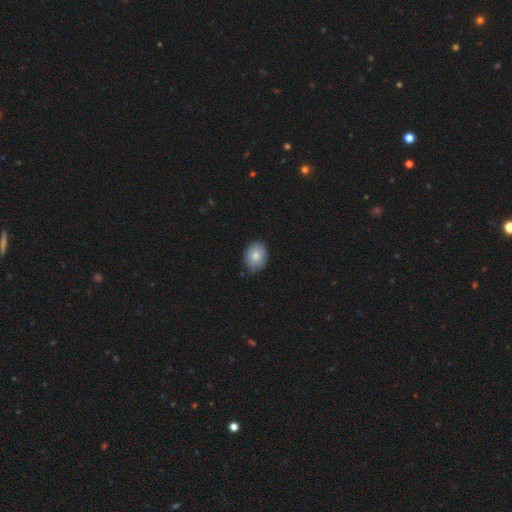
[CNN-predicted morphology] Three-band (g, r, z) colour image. It shows a smooth galaxy with no disk features (82%) that is in between round and cigar-shaped (67%). Merging: none (82%).